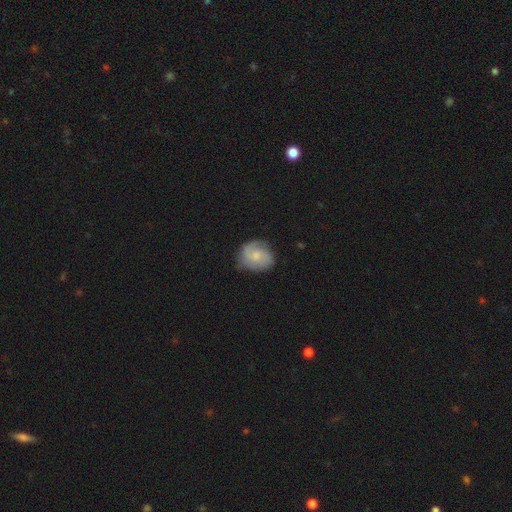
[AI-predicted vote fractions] Q: Smooth or featured?
A: featured or disk (53%); runner-up: smooth (41%)
Q: Edge-on disk?
A: no (98%); runner-up: yes (2%)
Q: Bar?
A: no (69%); runner-up: weak (27%)
Q: Spiral arms?
A: yes (87%); runner-up: no (13%)
Q: Bulge size?
A: small (45%); runner-up: moderate (42%)
Q: Merging?
A: none (66%); runner-up: minor disturbance (25%)